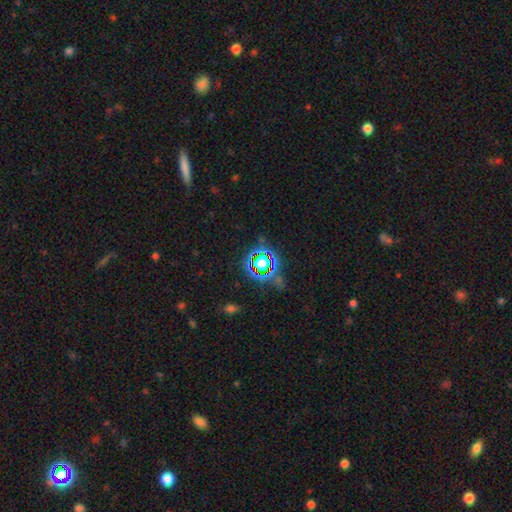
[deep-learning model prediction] Overall: star or artifact (73%).